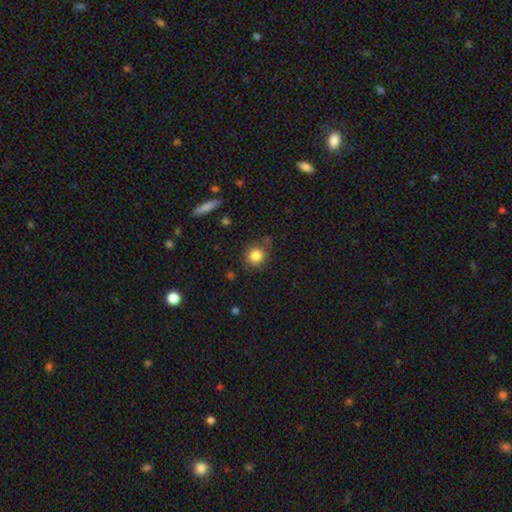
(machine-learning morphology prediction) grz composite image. It shows a smooth galaxy with no disk features (83%) that is round (88%). Merging: none (80%).